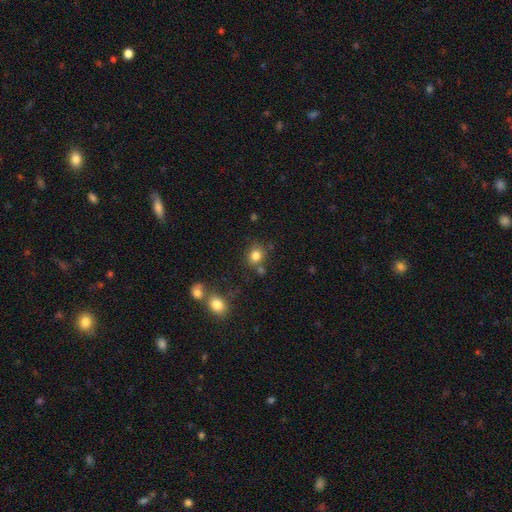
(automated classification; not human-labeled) This appears to be a smooth galaxy with no disk features (81%) that is round (65%). Merging: none (71%).